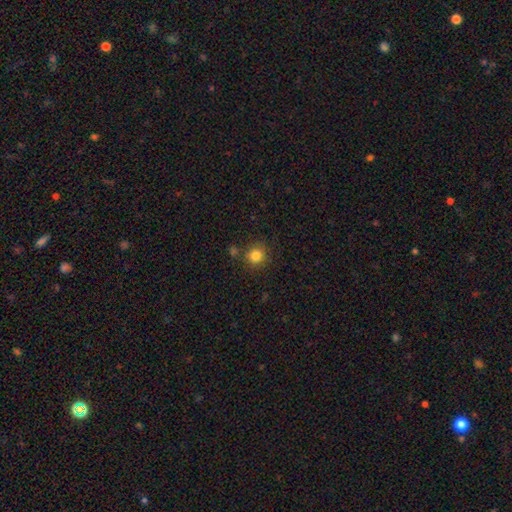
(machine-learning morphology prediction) Smooth or featured: smooth — 83% (star or artifact — 12%)
How rounded: round — 91% (in between — 9%)
Merging: none — 81% (minor disturbance — 10%)